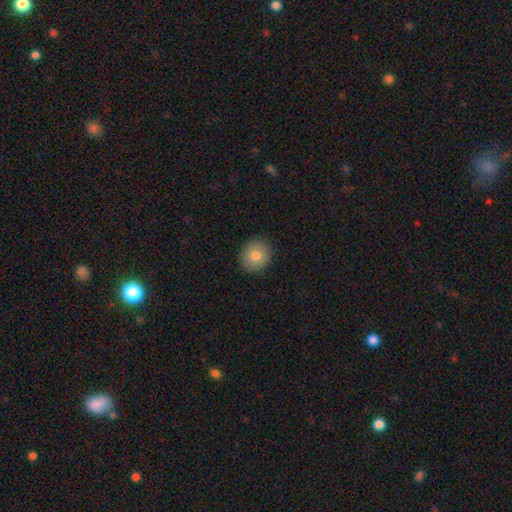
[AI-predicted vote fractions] This appears to be a smooth galaxy with no disk features (80%) that is round (87%). Merging: none (91%).